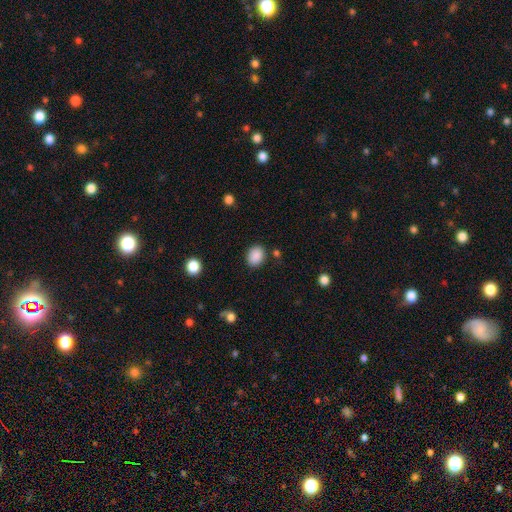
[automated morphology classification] A smooth galaxy with no disk features (88%) that is in between round and cigar-shaped (55%).

Vote fractions:
- Smooth or featured? smooth: 88% / star or artifact: 8% / featured or disk: 3%
- How rounded? in between: 55% / round: 44% / cigar-shaped: 1%
- Merging? none: 86% / minor disturbance: 9% / major disturbance: 3% / merger: 2%